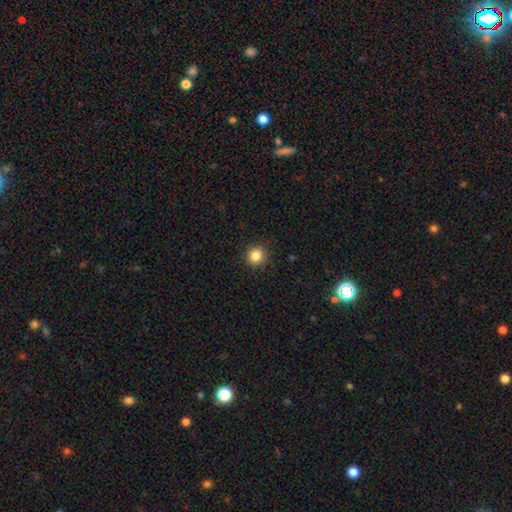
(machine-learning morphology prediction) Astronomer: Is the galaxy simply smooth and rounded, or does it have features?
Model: smooth — 85%.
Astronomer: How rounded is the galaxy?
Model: round — 90%.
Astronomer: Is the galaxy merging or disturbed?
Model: none — 90%.